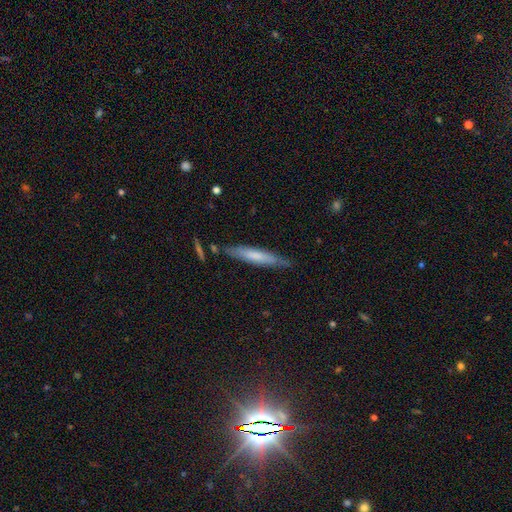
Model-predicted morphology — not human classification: A smooth galaxy with no disk features (61%) that is cigar-shaped (92%).

Vote fractions:
- Smooth or featured? smooth: 61% / featured or disk: 33% / star or artifact: 6%
- How rounded? cigar-shaped: 92% / in between: 7% / round: 1%
- Merging? none: 80% / minor disturbance: 14% / merger: 3% / major disturbance: 3%